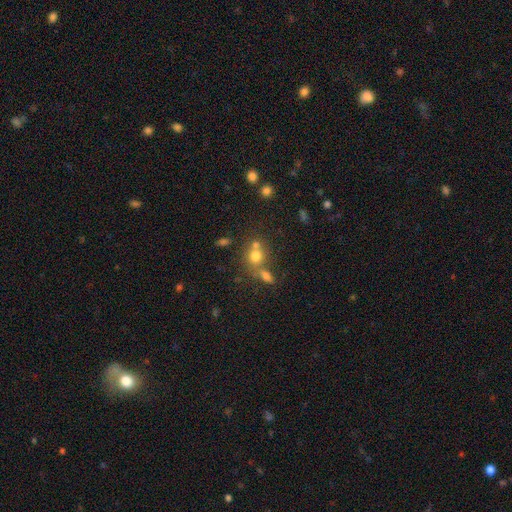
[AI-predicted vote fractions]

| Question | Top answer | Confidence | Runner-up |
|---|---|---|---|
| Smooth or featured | smooth | 68% | star or artifact (18%) |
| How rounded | round | 74% | in between (25%) |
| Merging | merger | 43% | tied: none (43%) |